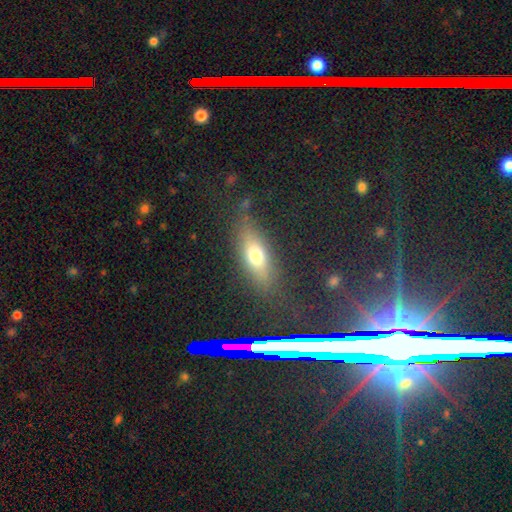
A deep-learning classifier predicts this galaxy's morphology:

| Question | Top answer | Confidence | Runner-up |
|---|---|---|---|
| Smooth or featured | smooth | 67% | featured or disk (22%) |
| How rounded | in between | 65% | cigar-shaped (28%) |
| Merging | none | 78% | minor disturbance (14%) |